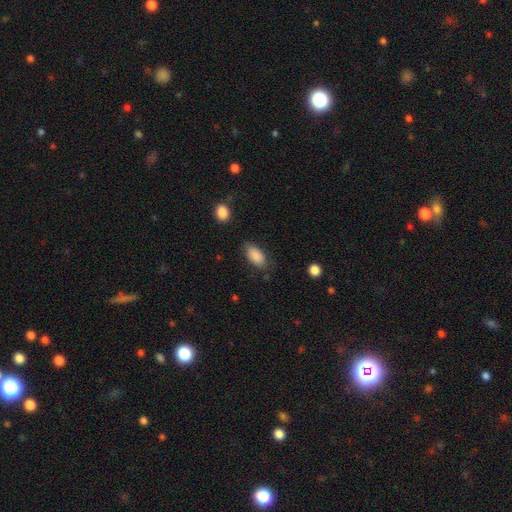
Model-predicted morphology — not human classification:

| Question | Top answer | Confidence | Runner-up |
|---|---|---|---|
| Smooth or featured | smooth | 88% | star or artifact (7%) |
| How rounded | in between | 93% | cigar-shaped (4%) |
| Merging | none | 78% | minor disturbance (16%) |